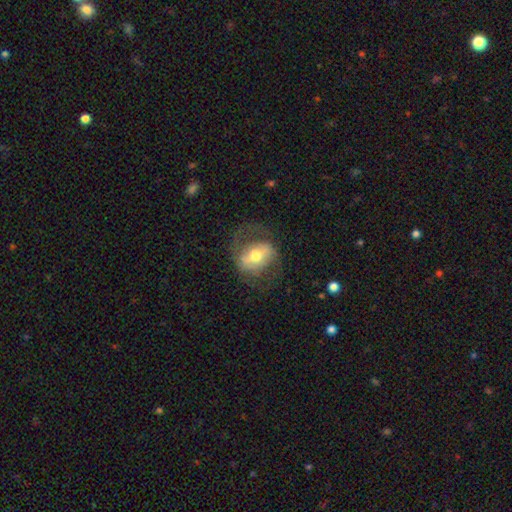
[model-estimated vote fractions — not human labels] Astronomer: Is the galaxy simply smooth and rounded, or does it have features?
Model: featured or disk — 63%.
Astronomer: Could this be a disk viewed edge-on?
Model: no — 95%.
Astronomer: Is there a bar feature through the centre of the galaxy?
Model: weak — 37% (runner-up: no, 33%).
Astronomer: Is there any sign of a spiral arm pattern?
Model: yes — 70%.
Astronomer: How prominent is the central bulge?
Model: moderate — 70%.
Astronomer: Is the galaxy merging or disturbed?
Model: none — 59%.